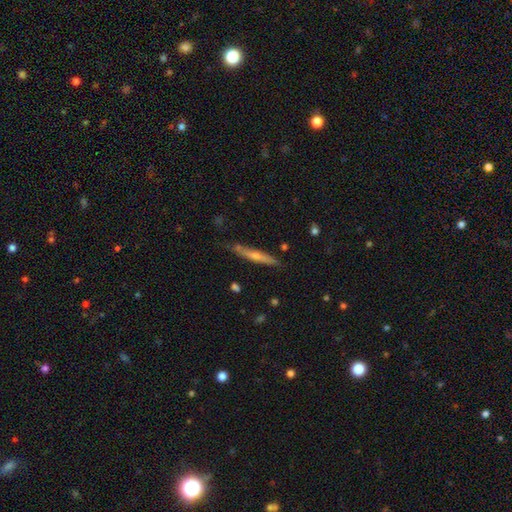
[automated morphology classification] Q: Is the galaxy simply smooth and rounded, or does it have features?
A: featured or disk — 55%.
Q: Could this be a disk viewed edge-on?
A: yes — 94%.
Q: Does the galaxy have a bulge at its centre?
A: rounded — 62%.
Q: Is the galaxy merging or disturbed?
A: none — 81%.